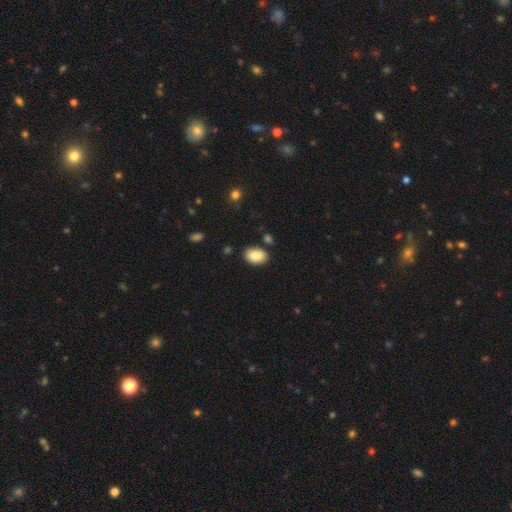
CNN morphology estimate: smooth-or-featured: smooth: 89% | star or artifact: 7% | featured or disk: 5%
  how-rounded: in between: 88% | round: 11% | cigar-shaped: 1%
  merging: none: 84% | minor disturbance: 10% | merger: 3% | major disturbance: 3%